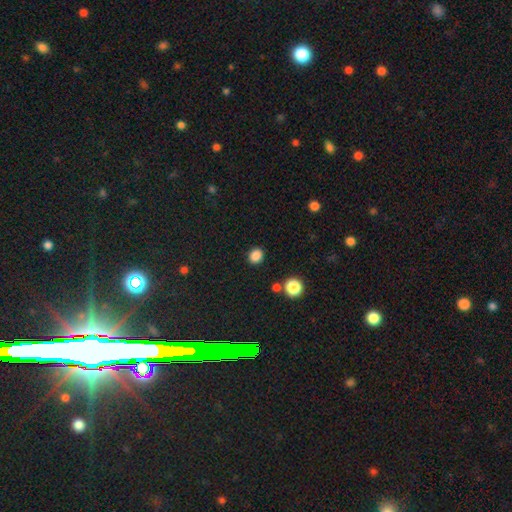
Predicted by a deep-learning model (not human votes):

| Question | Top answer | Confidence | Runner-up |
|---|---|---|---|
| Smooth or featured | smooth | 85% | star or artifact (12%) |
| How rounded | round | 71% | in between (28%) |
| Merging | none | 88% | minor disturbance (7%) |